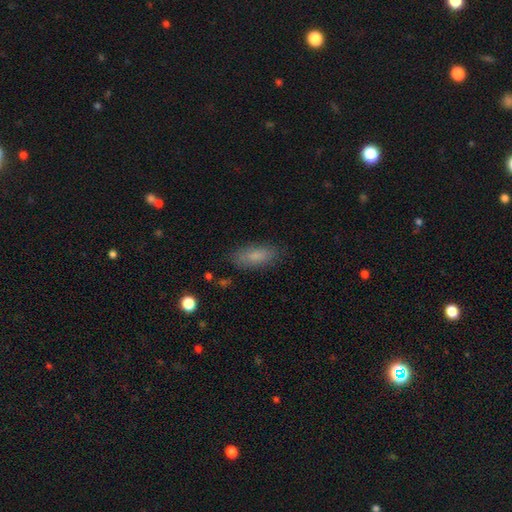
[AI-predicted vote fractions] Smooth or featured: smooth — 80% (featured or disk — 12%)
How rounded: in between — 78% (cigar-shaped — 20%)
Merging: none — 82% (minor disturbance — 13%)